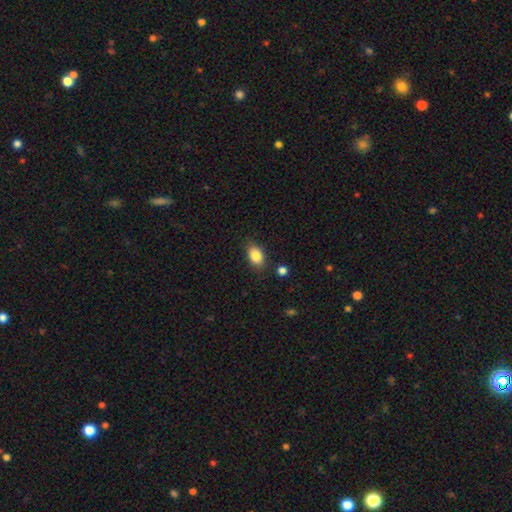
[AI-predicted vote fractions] smooth_or_featured: smooth (p=0.85) [alt: star or artifact p=0.08]
how_rounded: in between (p=0.86) [alt: round p=0.12]
merging: none (p=0.83) [alt: minor disturbance p=0.11]